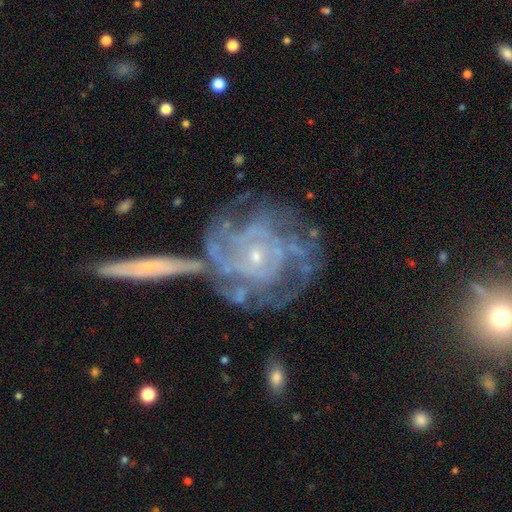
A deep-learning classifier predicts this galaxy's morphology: Smooth or featured? featured or disk (87%)
Edge-on disk? no (96%)
Bar? no (75%)
Spiral arms? yes (94%)
Spiral winding? tight (70%)
Spiral arm count? can't tell (37%)
Bulge size? small (82%)
Merging? none (50%)